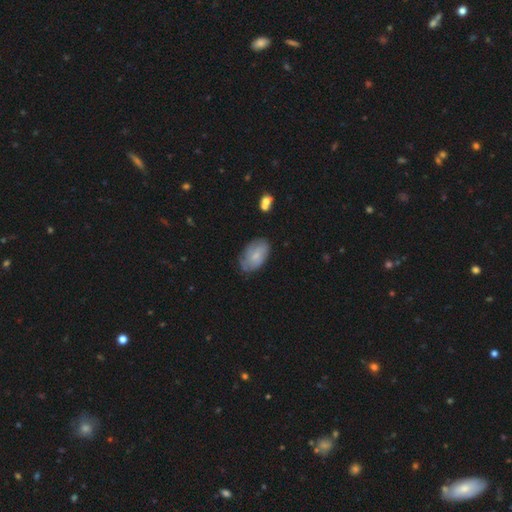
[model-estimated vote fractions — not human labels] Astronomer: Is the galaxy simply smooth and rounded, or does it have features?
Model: smooth — 60%.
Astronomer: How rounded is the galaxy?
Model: in between — 91%.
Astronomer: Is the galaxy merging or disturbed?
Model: none — 66%.